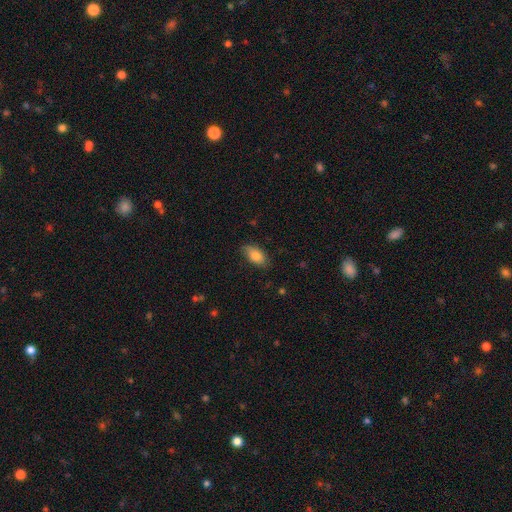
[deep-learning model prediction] smooth_or_featured: smooth (p=0.84) [alt: featured or disk p=0.09]
how_rounded: in between (p=0.91) [alt: cigar-shaped p=0.05]
merging: none (p=0.79) [alt: minor disturbance p=0.17]